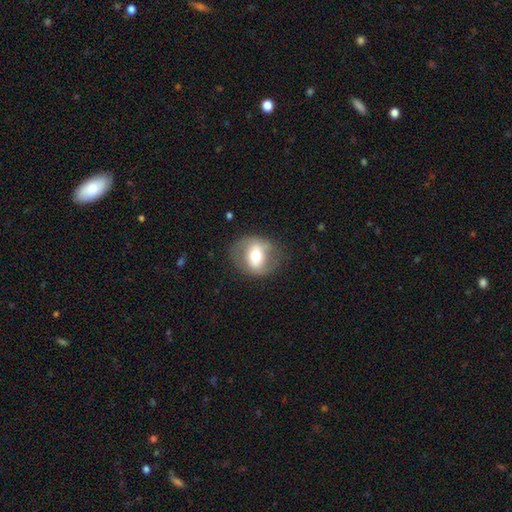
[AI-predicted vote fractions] A smooth galaxy with no disk features (49%).

Vote fractions:
- Smooth or featured? smooth: 49% / featured or disk: 43% / star or artifact: 7%
- Merging? none: 72% / minor disturbance: 17% / major disturbance: 10% / merger: 1%